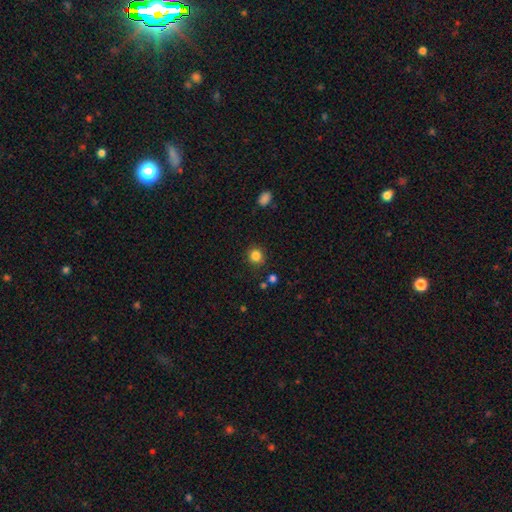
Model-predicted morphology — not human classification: smooth_or_featured: smooth (p=0.84) [alt: star or artifact p=0.12]
how_rounded: round (p=0.88) [alt: in between p=0.11]
merging: none (p=0.85) [alt: minor disturbance p=0.09]